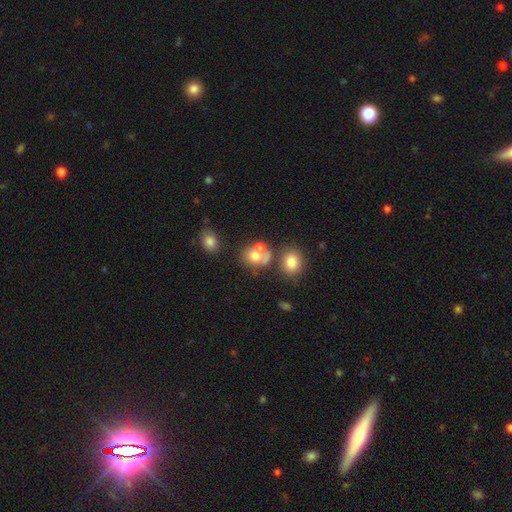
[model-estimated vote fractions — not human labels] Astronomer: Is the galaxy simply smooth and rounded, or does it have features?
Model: smooth — 67%.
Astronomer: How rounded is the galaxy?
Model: round — 68%.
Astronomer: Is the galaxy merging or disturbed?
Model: merger — 44% (runner-up: none, 36%).